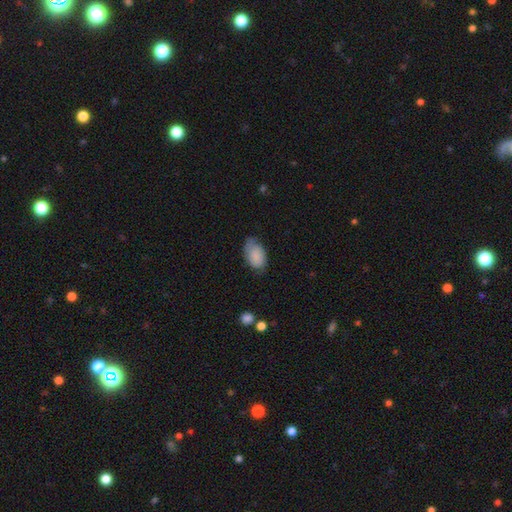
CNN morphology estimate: smooth 81%, featured or disk 12%, star or artifact 7%. Down the decision tree: how rounded — in between (93%); merging — none (60%).